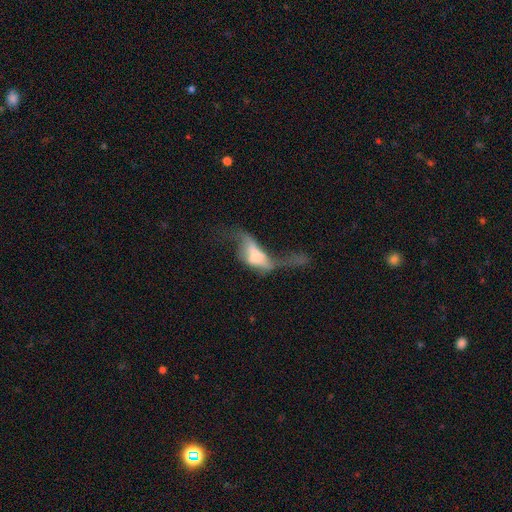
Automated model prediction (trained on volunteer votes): Morphology: type=featured or disk (55%); edge-on=no (82%); merging=major disturbance (52%).